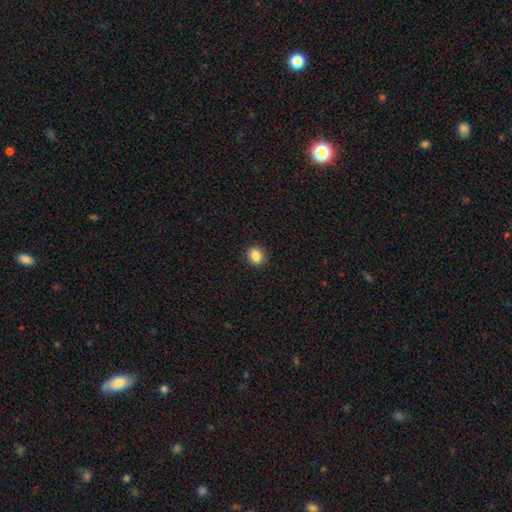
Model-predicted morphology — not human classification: Smooth or featured? Predicted: smooth (p=0.86). How rounded? Predicted: round (p=0.76). Merging? Predicted: none (p=0.91).